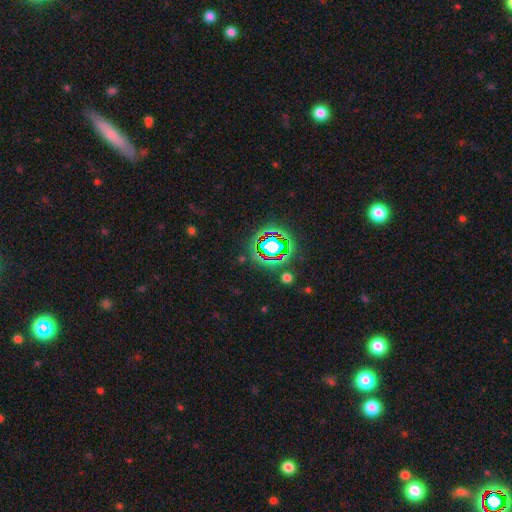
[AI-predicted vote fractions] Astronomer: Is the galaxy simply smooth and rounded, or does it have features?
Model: star or artifact — 75%.